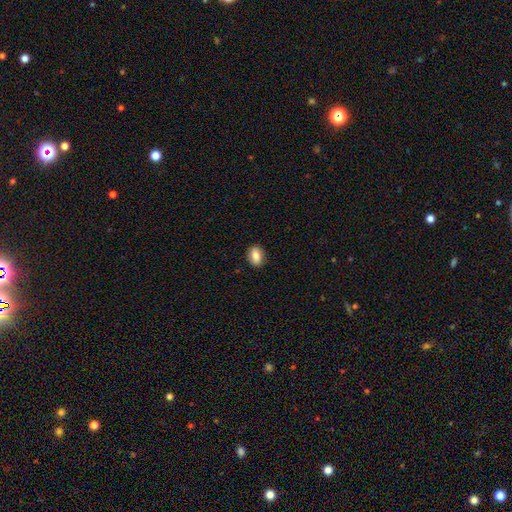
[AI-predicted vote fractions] Morphology: type=smooth (81%); roundness=in between (74%); merging=none (88%).